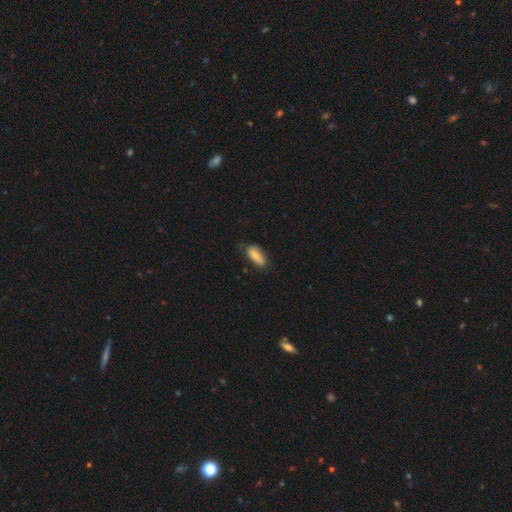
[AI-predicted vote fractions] Smooth or featured? Predicted: smooth (p=0.79). How rounded? Predicted: in between (p=0.80). Merging? Predicted: none (p=0.70).